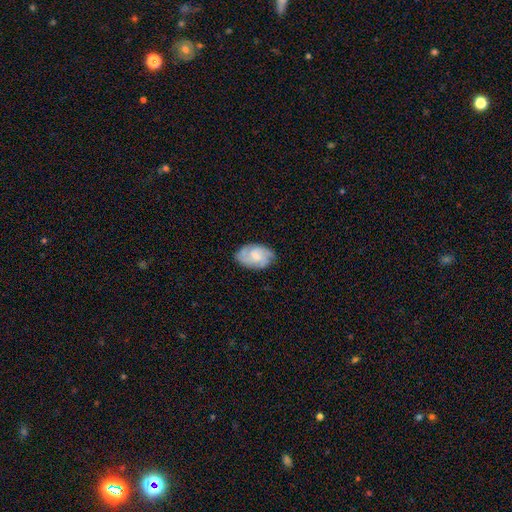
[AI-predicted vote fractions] The model was most divided on "spiral arm count": can't tell: 31%, 3: 30%, 2: 21%, 4: 10%, 1: 5%, more than 4: 4%. Remaining: edge-on disk — no (97%); spiral arms — yes (90%); merging — none (75%); bar — no (63%); smooth or featured — featured or disk (59%); spiral winding — tight (44%); bulge size — small (40%).